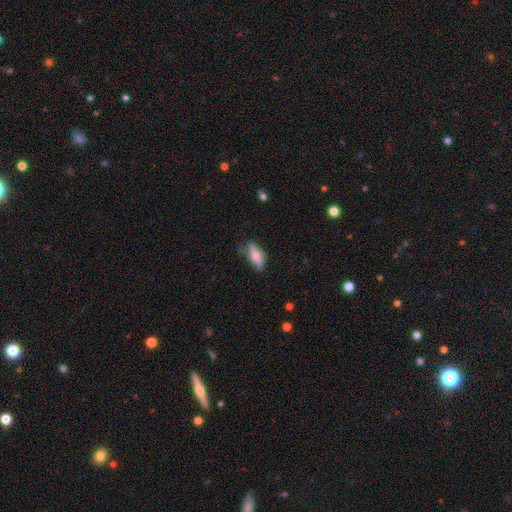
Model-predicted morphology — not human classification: A smooth galaxy with no disk features (70%) that is in between round and cigar-shaped (66%). Merging: none (56%).